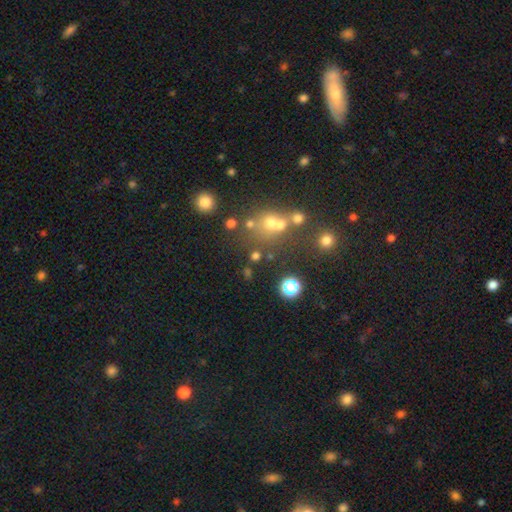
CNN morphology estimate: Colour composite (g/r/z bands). It shows a smooth galaxy with no disk features (59%) that is round (78%). Merging: none (60%).